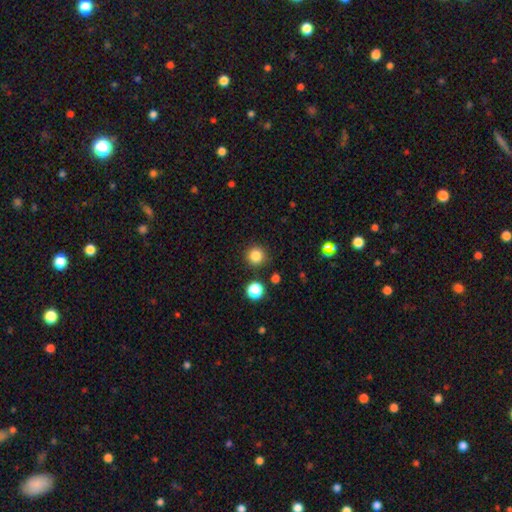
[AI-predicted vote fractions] Smooth or featured?
  - smooth: 84% *
  - star or artifact: 12%
  - featured or disk: 4%
How rounded?
  - round: 95% *
  - in between: 4%
  - cigar-shaped: 1%
Merging?
  - none: 88% *
  - minor disturbance: 7%
  - merger: 3%
  - major disturbance: 2%